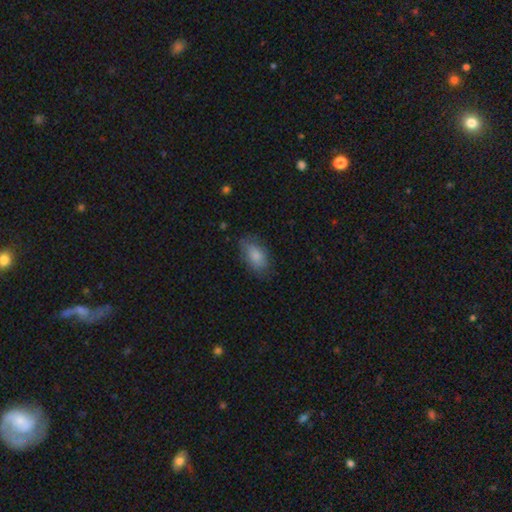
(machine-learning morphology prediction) Smooth or featured? smooth (83%)
How rounded? in between (91%)
Merging? none (70%)